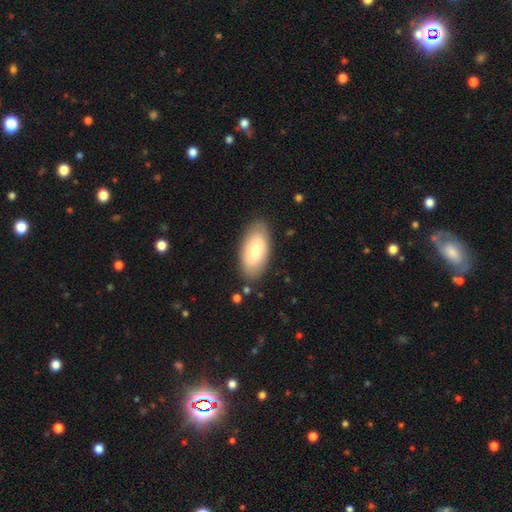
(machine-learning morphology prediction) This appears to be a smooth galaxy with no disk features (71%) that is in between round and cigar-shaped (94%). Merging: none (83%).